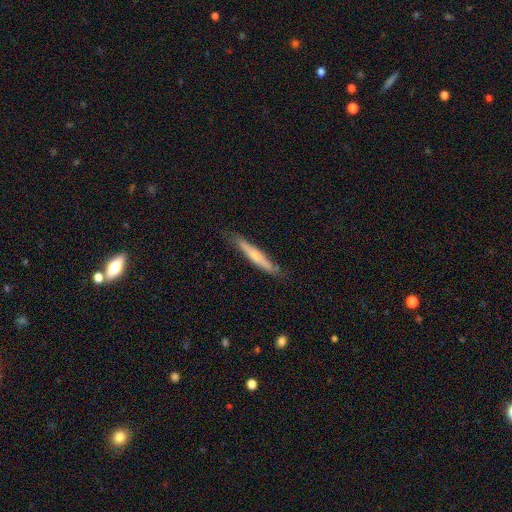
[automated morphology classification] Overall: featured or disk (47%, tied with smooth). Merging: none (80%).